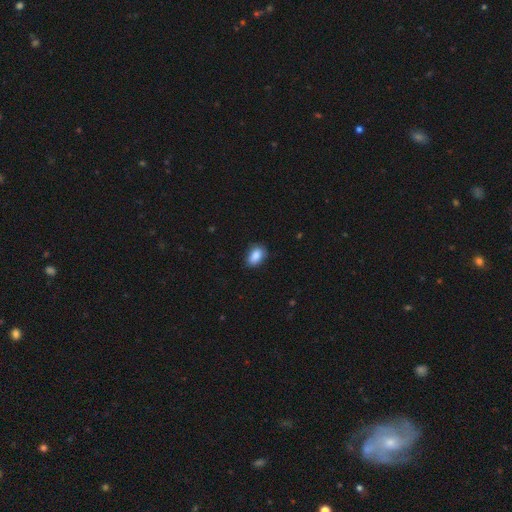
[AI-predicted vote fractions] This is clearly a smooth galaxy (87%). How rounded: clearly in between (87%). Merging: clearly none (82%).